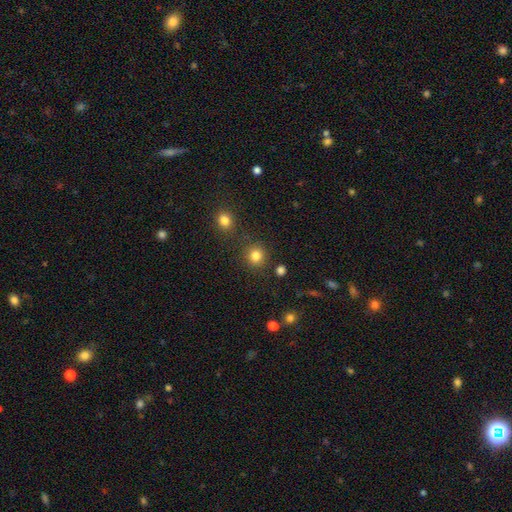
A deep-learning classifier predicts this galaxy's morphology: A smooth galaxy with no disk features (83%) that is round (90%).

Vote fractions:
- Smooth or featured? smooth: 83% / star or artifact: 12% / featured or disk: 4%
- How rounded? round: 90% / in between: 9% / cigar-shaped: 1%
- Merging? none: 84% / minor disturbance: 7% / merger: 6% / major disturbance: 3%